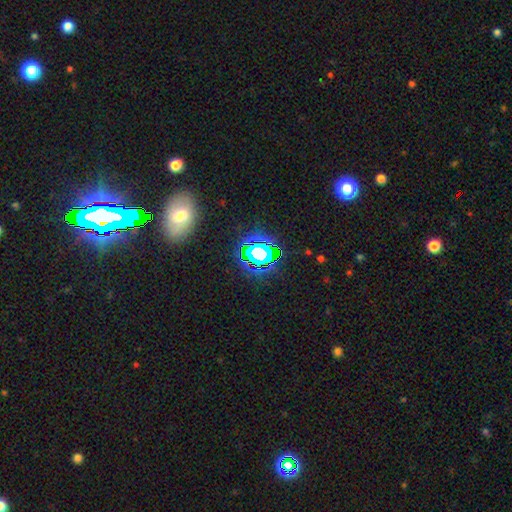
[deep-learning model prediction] Overall: star or artifact (66%).